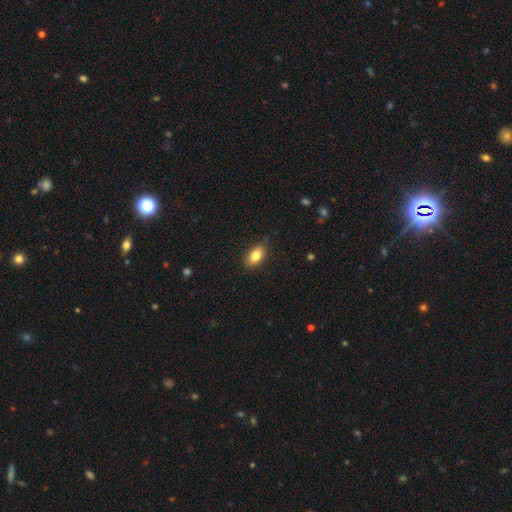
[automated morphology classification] Smooth or featured: smooth — 82% (featured or disk — 10%)
How rounded: in between — 88% (round — 8%)
Merging: none — 83% (minor disturbance — 13%)